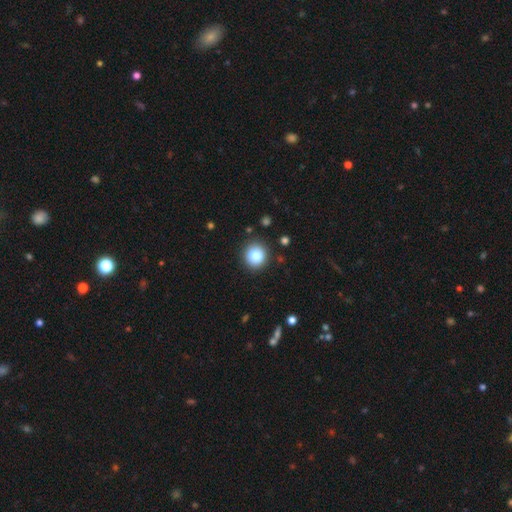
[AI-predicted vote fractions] A smooth galaxy with no disk features (85%) that is round (86%). Merging: none (88%).